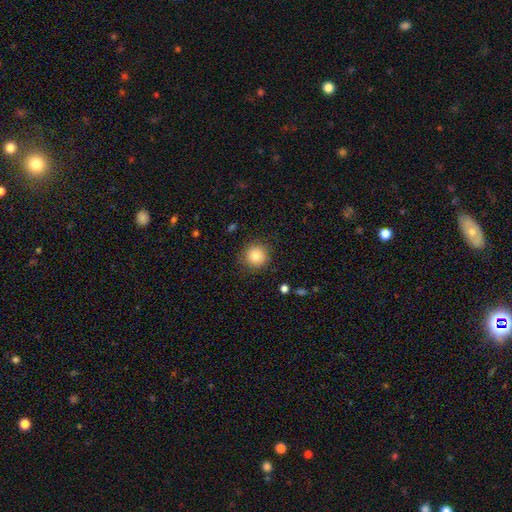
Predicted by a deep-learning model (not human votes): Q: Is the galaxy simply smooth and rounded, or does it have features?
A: smooth — 83%.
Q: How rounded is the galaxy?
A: round — 94%.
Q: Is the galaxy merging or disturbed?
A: none — 88%.